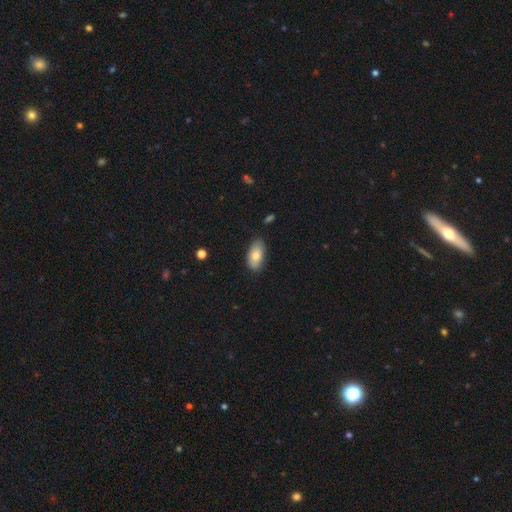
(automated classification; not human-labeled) Smooth or featured: smooth — 80% (featured or disk — 14%)
How rounded: in between — 92% (cigar-shaped — 4%)
Merging: none — 80% (minor disturbance — 16%)